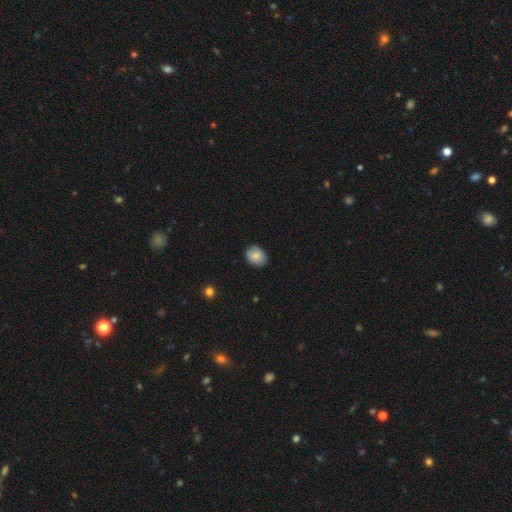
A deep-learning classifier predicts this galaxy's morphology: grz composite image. It shows a smooth galaxy with no disk features (82%) that is round (51%). Merging: none (81%).